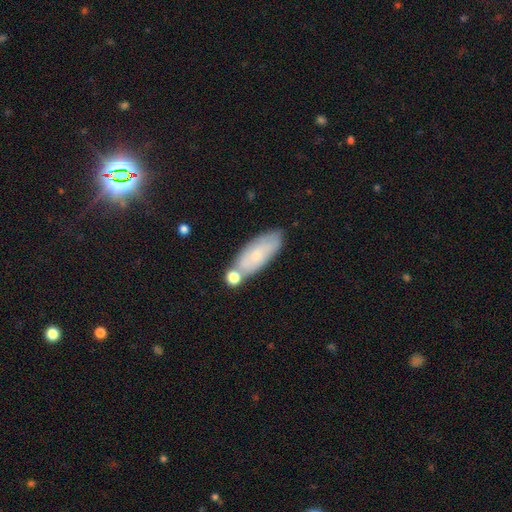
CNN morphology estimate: smooth 64%, featured or disk 28%, star or artifact 8%. Down the decision tree: how rounded — in between (75%); merging — none (59%).